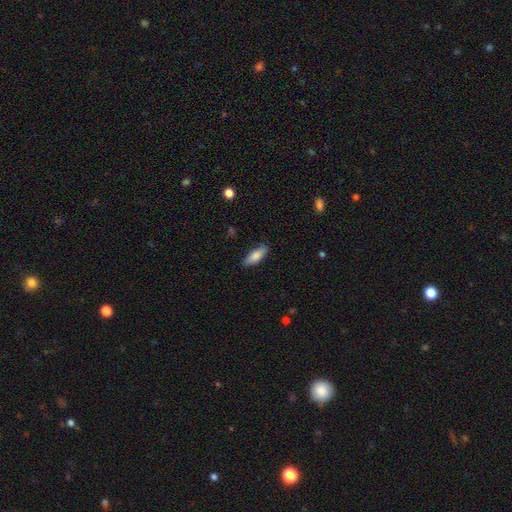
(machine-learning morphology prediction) type=smooth (79%); roundness=in between (60%); merging=none (82%).